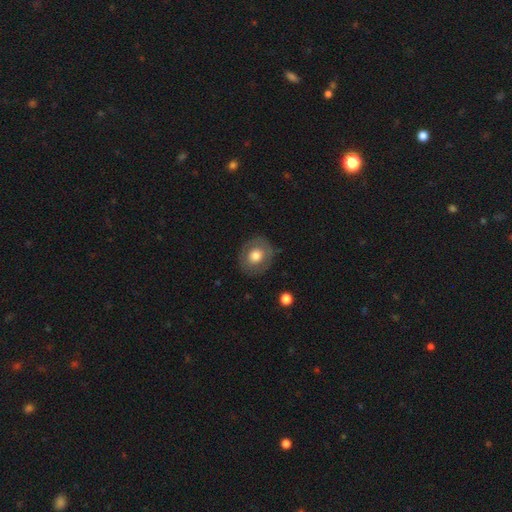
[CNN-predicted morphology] A smooth galaxy with no disk features (64%) that is round (73%). Merging: none (84%).